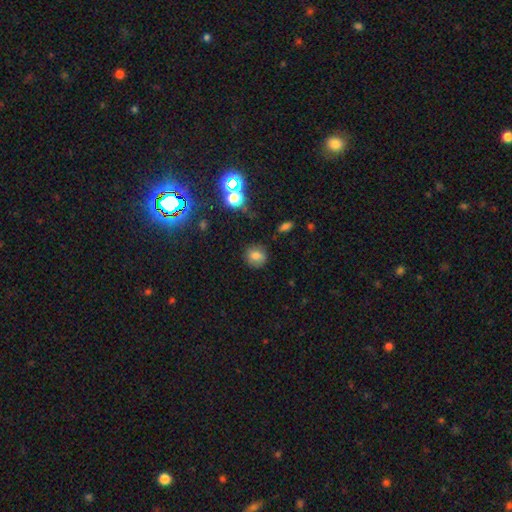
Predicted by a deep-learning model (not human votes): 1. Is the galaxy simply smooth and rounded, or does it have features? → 74% smooth, 15% star or artifact, 11% featured or disk.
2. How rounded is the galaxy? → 74% round, 25% in between, 1% cigar-shaped.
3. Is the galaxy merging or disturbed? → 83% none, 12% minor disturbance, 4% major disturbance, 2% merger.